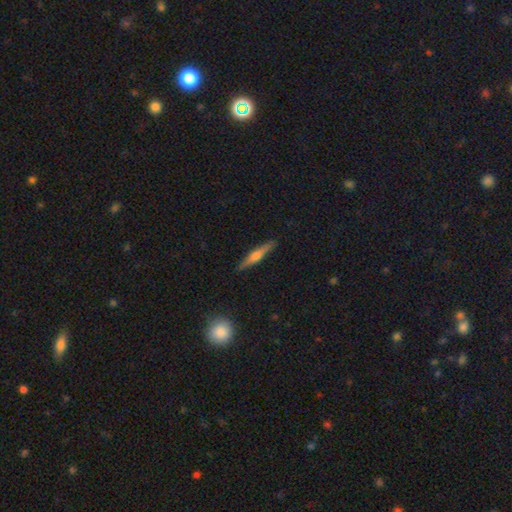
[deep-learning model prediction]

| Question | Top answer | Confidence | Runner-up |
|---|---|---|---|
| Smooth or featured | featured or disk | 58% | smooth (36%) |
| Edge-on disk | yes | 97% | no (3%) |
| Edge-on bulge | rounded | 83% | none (8%) |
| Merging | none | 89% | minor disturbance (8%) |